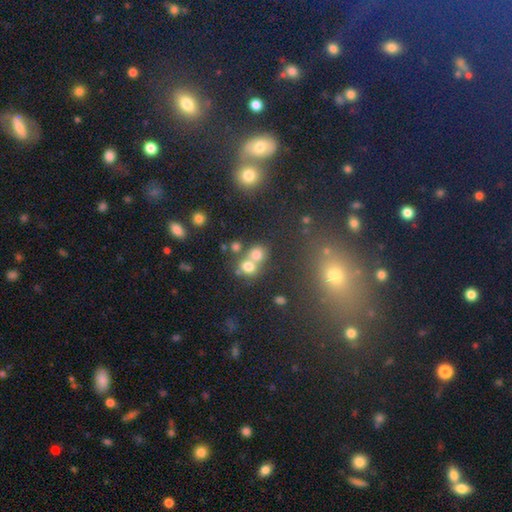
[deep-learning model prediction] A smooth galaxy with no disk features (62%) that is round (74%). Merging: none (54%).